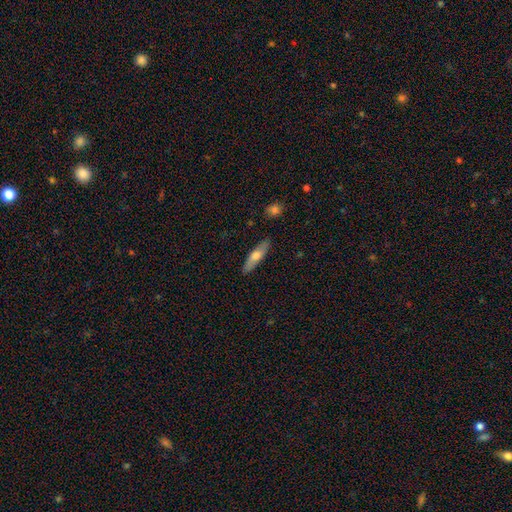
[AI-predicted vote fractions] The model was most divided on "smooth or featured": smooth: 60%, featured or disk: 34%, star or artifact: 6%. More confident: merging — none (86%); how rounded — cigar-shaped (69%).